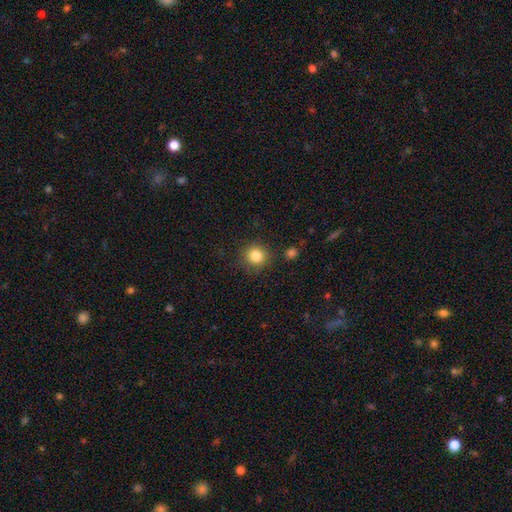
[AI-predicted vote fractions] This appears to be a smooth galaxy with no disk features (84%) that is round (91%). Merging: none (85%).